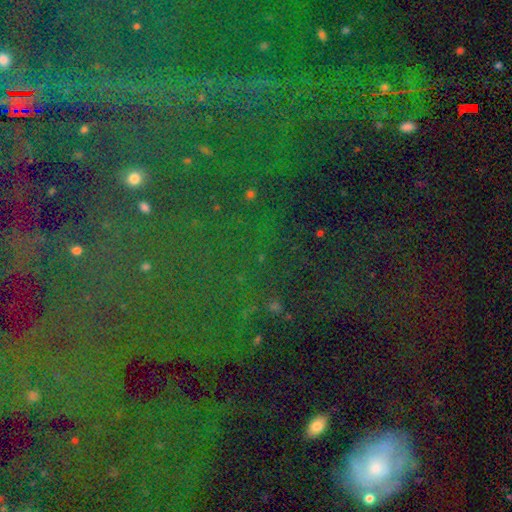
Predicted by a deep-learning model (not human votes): Smooth or featured: star or artifact — 76% (smooth — 12%)